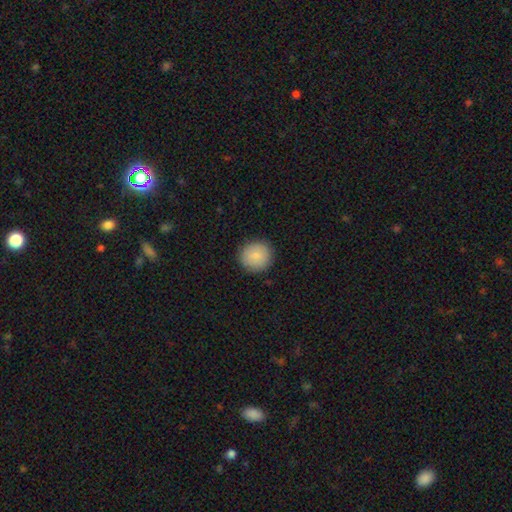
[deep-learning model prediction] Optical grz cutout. It shows a smooth galaxy with no disk features (85%) that is round (91%). Merging: none (89%).